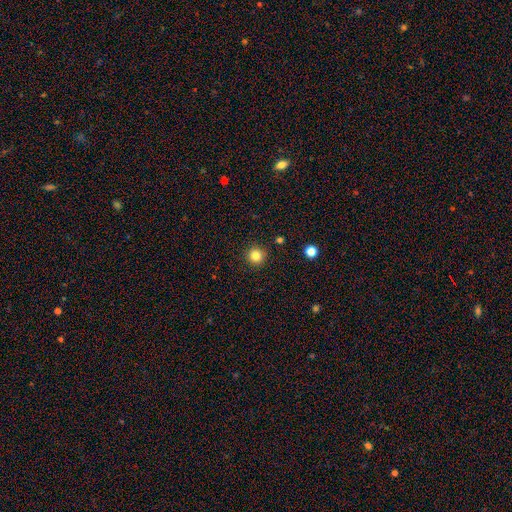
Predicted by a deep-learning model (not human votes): Morphology: type=smooth (83%); roundness=round (95%); merging=none (91%).